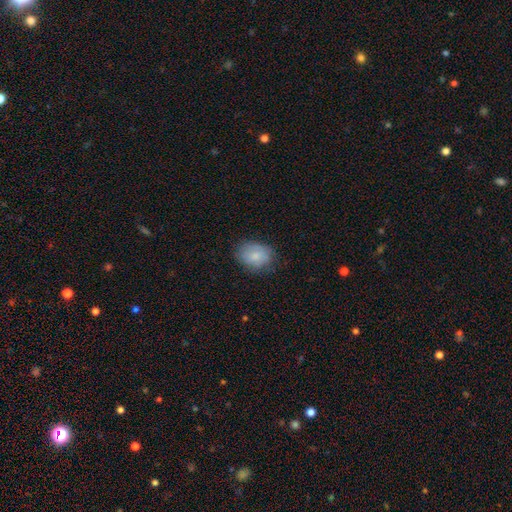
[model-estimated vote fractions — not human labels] Q: Smooth or featured?
A: smooth (82%); runner-up: featured or disk (11%)
Q: How rounded?
A: in between (68%); runner-up: round (31%)
Q: Merging?
A: none (75%); runner-up: minor disturbance (19%)